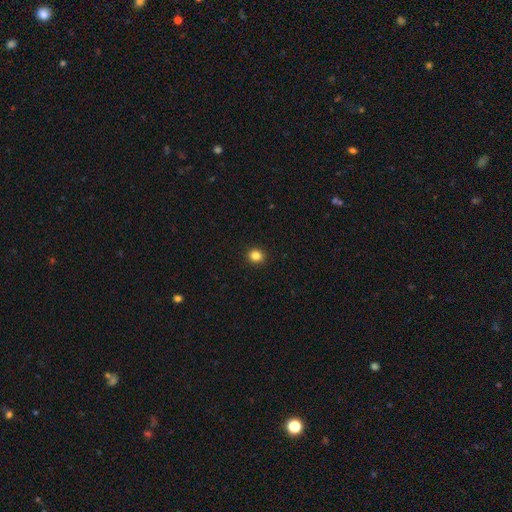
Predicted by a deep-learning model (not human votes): A smooth galaxy with no disk features (84%) that is round (84%).

Vote fractions:
- Smooth or featured? smooth: 84% / star or artifact: 11% / featured or disk: 4%
- How rounded? round: 84% / in between: 15% / cigar-shaped: 1%
- Merging? none: 93% / minor disturbance: 5% / major disturbance: 2% / merger: 1%